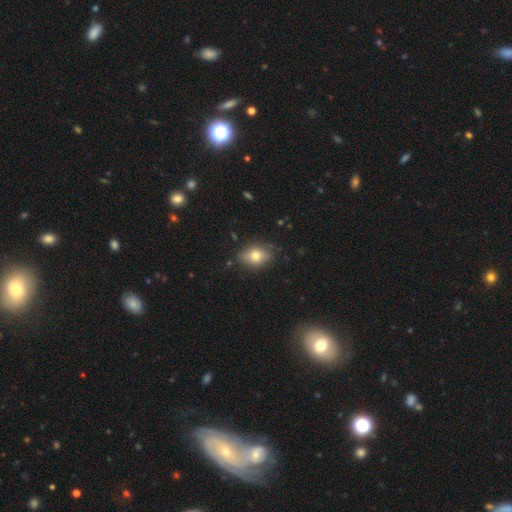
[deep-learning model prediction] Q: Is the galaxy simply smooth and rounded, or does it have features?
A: smooth — 71%.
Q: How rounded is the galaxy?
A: in between — 65%.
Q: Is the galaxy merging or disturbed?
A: none — 76%.